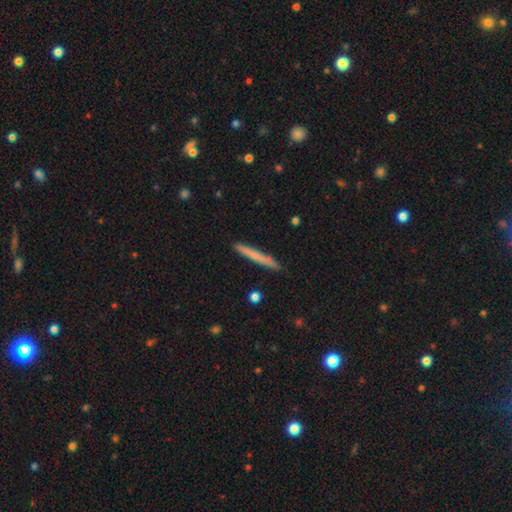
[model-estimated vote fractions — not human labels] Overall: smooth (66%; featured or disk 29%). How rounded: cigar-shaped (97%). Merging: none (90%).